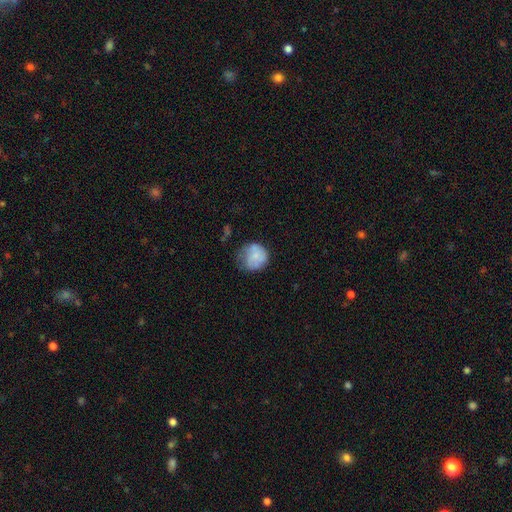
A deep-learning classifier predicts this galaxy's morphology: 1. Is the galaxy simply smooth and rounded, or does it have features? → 64% smooth, 28% featured or disk, 8% star or artifact.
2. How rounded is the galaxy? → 81% round, 18% in between, 1% cigar-shaped.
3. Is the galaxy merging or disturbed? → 46% none, 32% minor disturbance, 18% major disturbance, 3% merger.